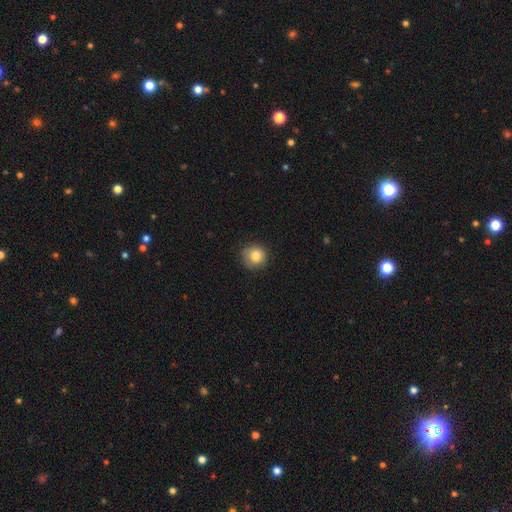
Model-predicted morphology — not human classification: Q: Smooth or featured?
A: smooth (82%); runner-up: star or artifact (9%)
Q: How rounded?
A: round (89%); runner-up: in between (10%)
Q: Merging?
A: none (79%); runner-up: minor disturbance (16%)